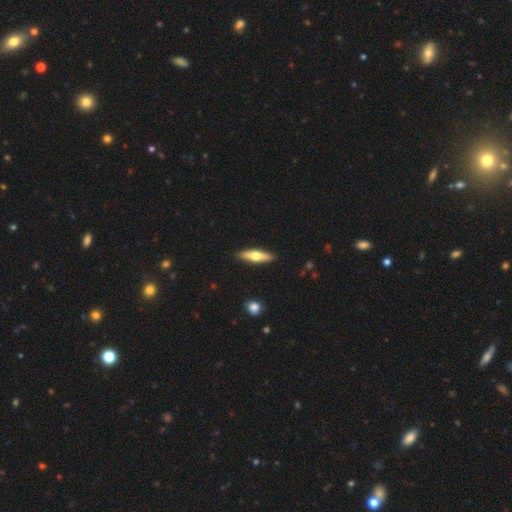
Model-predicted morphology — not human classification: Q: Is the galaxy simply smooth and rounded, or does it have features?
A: featured or disk — 48%.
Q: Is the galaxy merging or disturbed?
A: none — 90%.